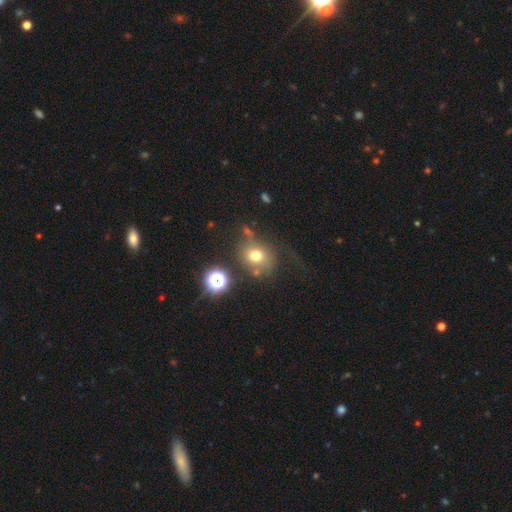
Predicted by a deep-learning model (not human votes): smooth_or_featured: smooth (p=0.68) [alt: star or artifact p=0.17]
how_rounded: round (p=0.71) [alt: in between p=0.28]
merging: none (p=0.59) [alt: minor disturbance p=0.17]